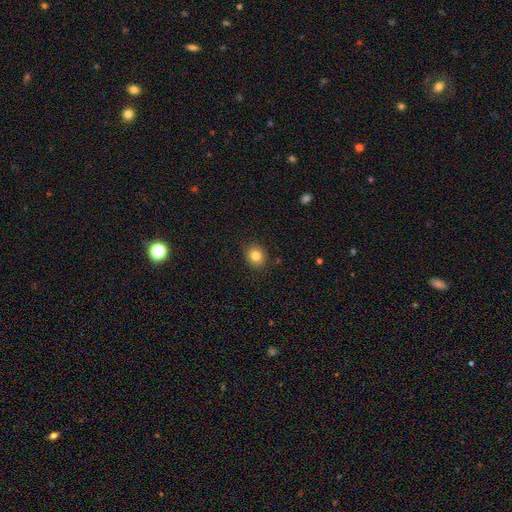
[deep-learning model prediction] Smooth or featured?
  - smooth: 82% *
  - star or artifact: 11%
  - featured or disk: 7%
How rounded?
  - round: 73% *
  - in between: 26%
  - cigar-shaped: 1%
Merging?
  - none: 89% *
  - minor disturbance: 8%
  - major disturbance: 2%
  - merger: 1%